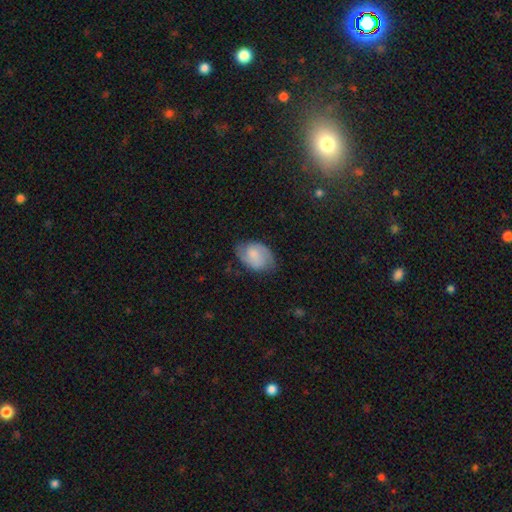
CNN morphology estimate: This is possibly a featured or disk galaxy (49%). Merging: likely none (67%).